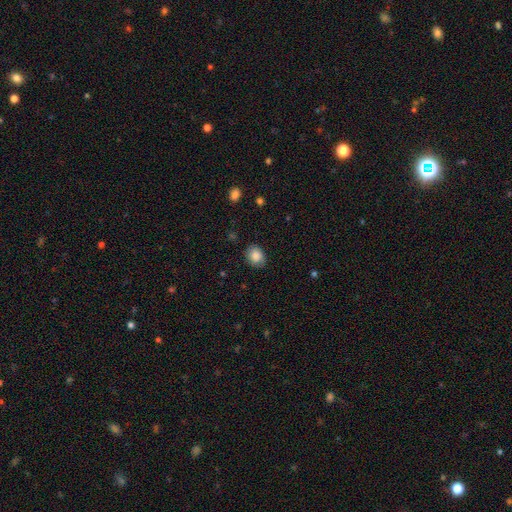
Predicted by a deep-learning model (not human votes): Q: Smooth or featured?
A: smooth (86%); runner-up: star or artifact (8%)
Q: How rounded?
A: round (53%); runner-up: in between (46%)
Q: Merging?
A: none (83%); runner-up: minor disturbance (13%)